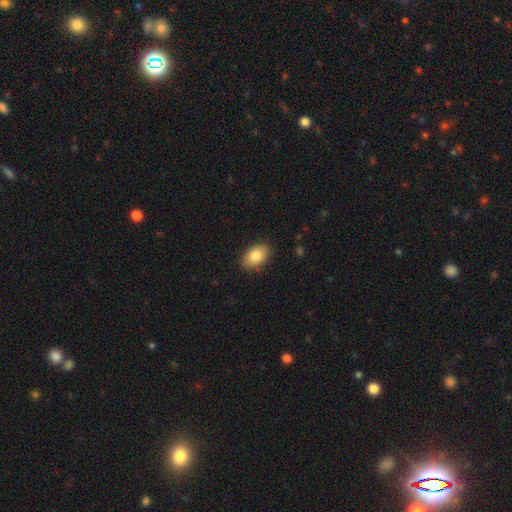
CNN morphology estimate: A smooth galaxy with no disk features (84%) that is in between round and cigar-shaped (91%).

Vote fractions:
- Smooth or featured? smooth: 84% / featured or disk: 10% / star or artifact: 7%
- How rounded? in between: 91% / round: 8% / cigar-shaped: 1%
- Merging? none: 87% / minor disturbance: 10% / major disturbance: 2% / merger: 1%